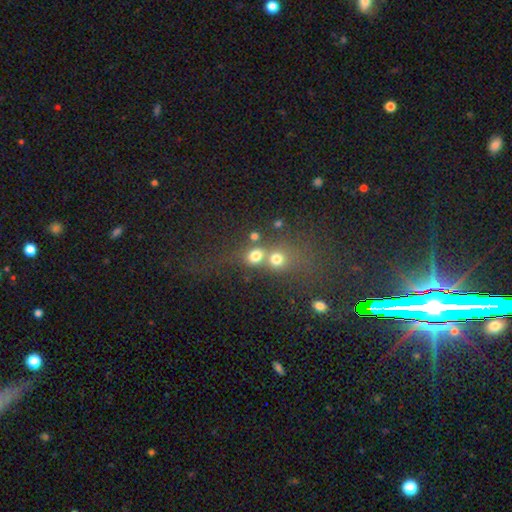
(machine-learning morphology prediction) Overall: smooth (70%). How rounded: round (73%). Merging: merger (50%; none 36%).